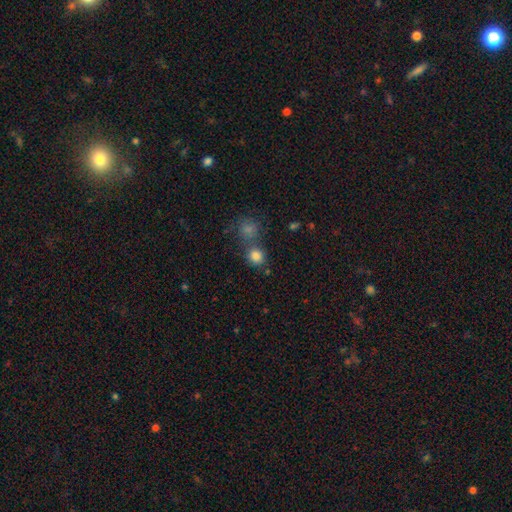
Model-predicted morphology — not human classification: smooth-or-featured: smooth: 82% | star or artifact: 12% | featured or disk: 5%
  how-rounded: round: 84% | in between: 15% | cigar-shaped: 1%
  merging: none: 60% | merger: 27% | minor disturbance: 9% | major disturbance: 4%